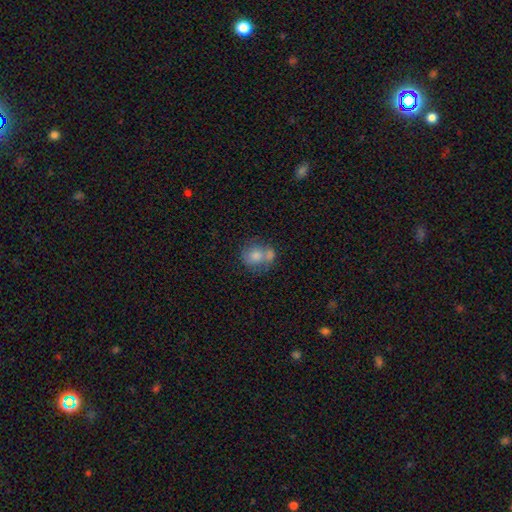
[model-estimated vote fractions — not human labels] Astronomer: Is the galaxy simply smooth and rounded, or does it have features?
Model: smooth — 70%.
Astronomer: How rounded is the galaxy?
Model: round — 70%.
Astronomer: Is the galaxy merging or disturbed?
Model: merger — 46% (runner-up: none, 34%).